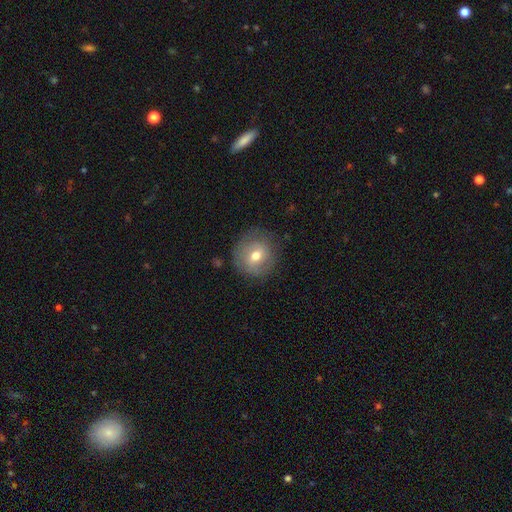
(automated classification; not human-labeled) This appears to be a smooth galaxy with no disk features (60%) that is round (90%). Merging: none (78%).